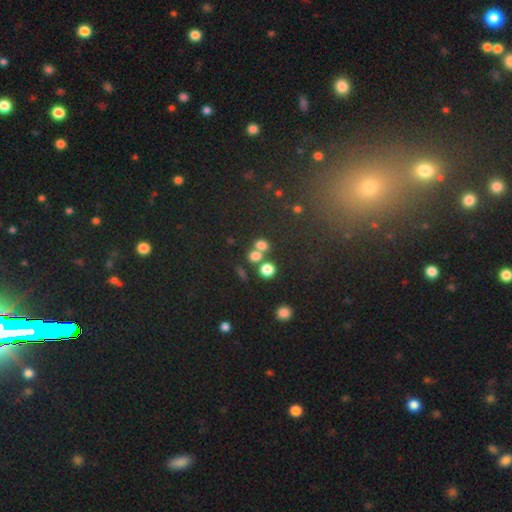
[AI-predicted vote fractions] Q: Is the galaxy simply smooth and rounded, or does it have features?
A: smooth — 72%.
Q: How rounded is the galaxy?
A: round — 69%.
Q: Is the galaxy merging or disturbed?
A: none — 48%.